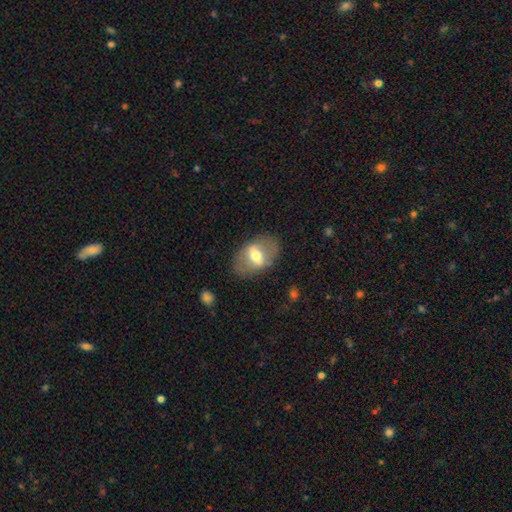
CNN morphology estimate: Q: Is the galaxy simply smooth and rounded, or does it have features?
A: featured or disk — 49%.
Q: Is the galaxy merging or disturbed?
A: none — 80%.